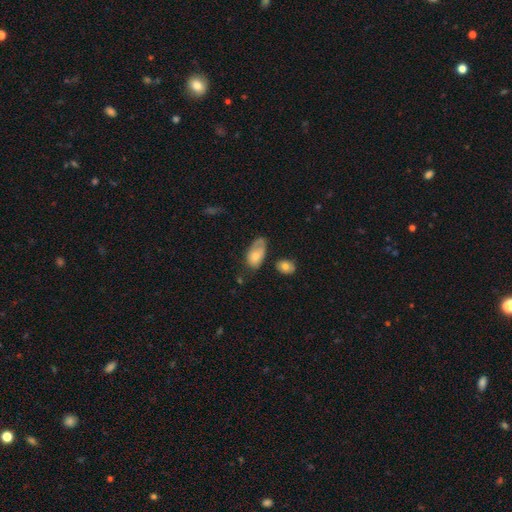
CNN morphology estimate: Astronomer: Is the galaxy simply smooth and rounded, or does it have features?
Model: smooth — 71%.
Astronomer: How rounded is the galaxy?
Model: in between — 92%.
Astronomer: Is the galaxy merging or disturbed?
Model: minor disturbance — 39% (runner-up: none, 33%).